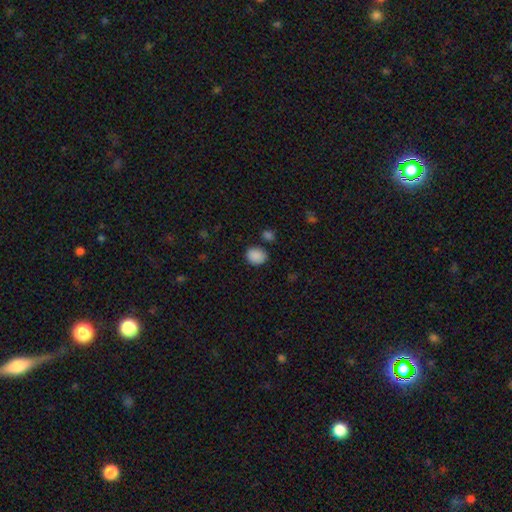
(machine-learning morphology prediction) The model was most divided on "how rounded": round: 56%, in between: 43%, cigar-shaped: 1%. More confident: smooth or featured — smooth (87%); merging — none (79%).